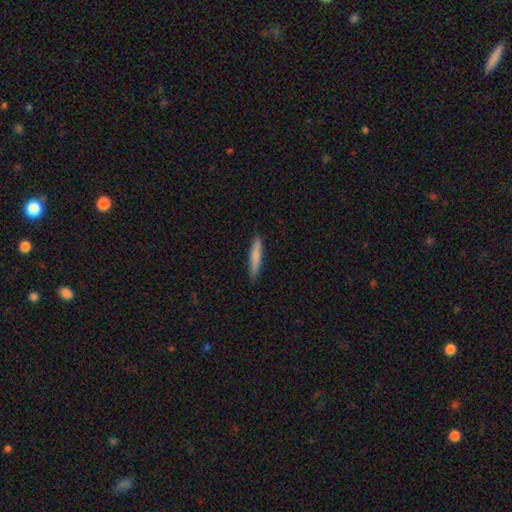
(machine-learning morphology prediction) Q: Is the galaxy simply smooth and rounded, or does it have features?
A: smooth — 80%.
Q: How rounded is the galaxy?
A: cigar-shaped — 93%.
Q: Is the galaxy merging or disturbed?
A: none — 90%.